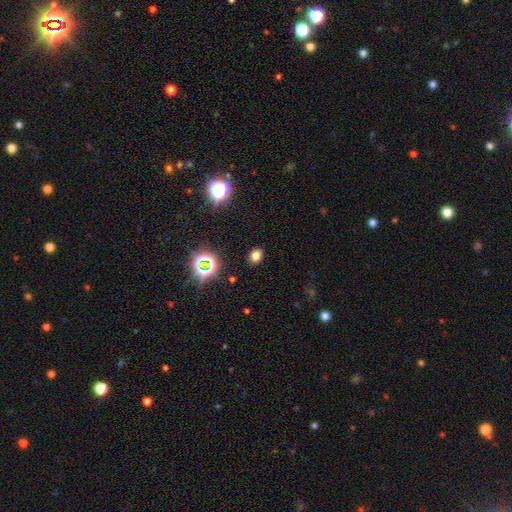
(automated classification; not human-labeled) smooth_or_featured: smooth (p=0.72) [alt: star or artifact p=0.22]
how_rounded: in between (p=0.50) [alt: round p=0.49]
merging: none (p=0.89) [alt: minor disturbance p=0.07]